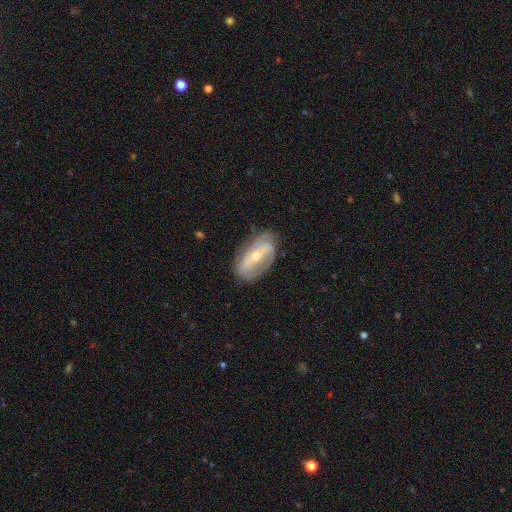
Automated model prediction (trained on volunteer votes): Q: Smooth or featured?
A: featured or disk (73%); runner-up: smooth (20%)
Q: Edge-on disk?
A: no (90%); runner-up: yes (10%)
Q: Bar?
A: strong (48%); runner-up: weak (28%)
Q: Spiral arms?
A: yes (74%); runner-up: no (26%)
Q: Bulge size?
A: small (54%); runner-up: moderate (43%)
Q: Merging?
A: none (69%); runner-up: minor disturbance (21%)